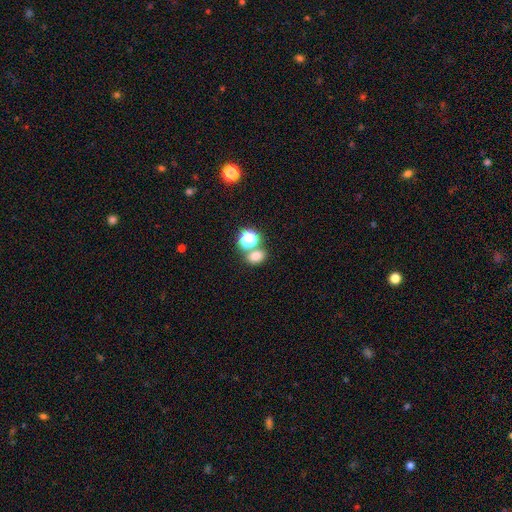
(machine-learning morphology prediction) smooth-or-featured: smooth: 73% | star or artifact: 19% | featured or disk: 8%
  how-rounded: in between: 53% | round: 46% | cigar-shaped: 1%
  merging: none: 58% | merger: 29% | minor disturbance: 9% | major disturbance: 4%